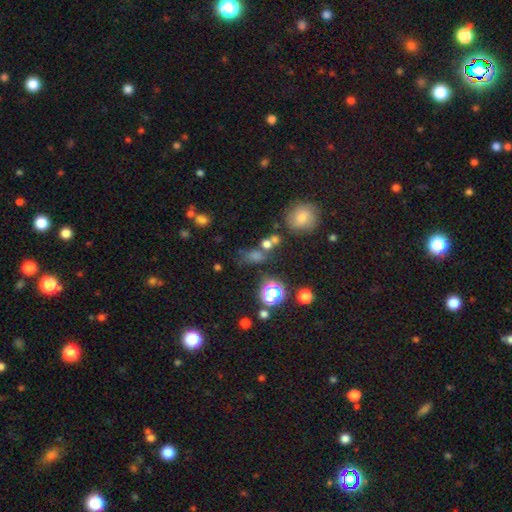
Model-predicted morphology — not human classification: The model was most divided on "how rounded": in between: 47%, round: 46%, cigar-shaped: 7%. More confident: merging — none (62%); smooth or featured — smooth (52%).